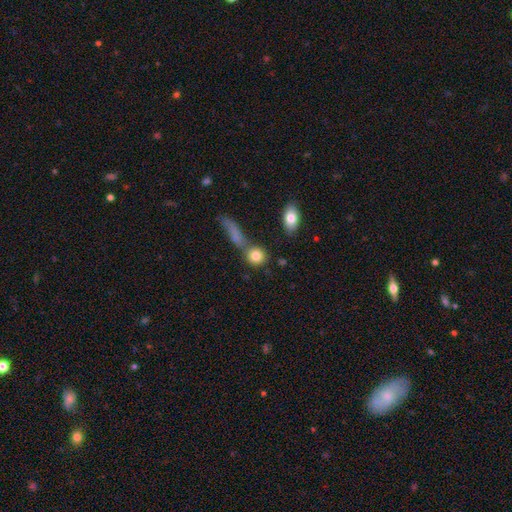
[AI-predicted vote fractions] smooth-or-featured: smooth: 83% | featured or disk: 9% | star or artifact: 9%
  how-rounded: round: 79% | in between: 18% | cigar-shaped: 4%
  merging: none: 63% | merger: 22% | minor disturbance: 10% | major disturbance: 5%